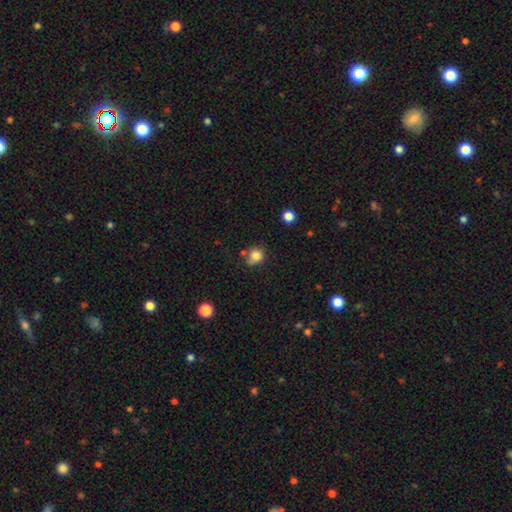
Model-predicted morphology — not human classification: A smooth galaxy with no disk features (82%) that is round (85%). Merging: none (61%).